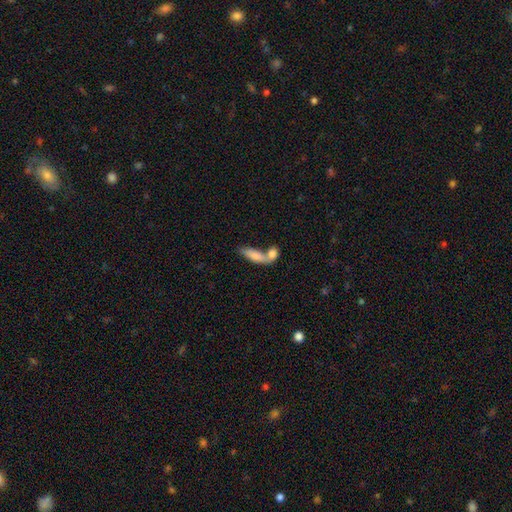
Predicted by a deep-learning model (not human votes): The model was most divided on "how rounded": in between: 59%, cigar-shaped: 36%, round: 5%. More confident: smooth or featured — smooth (77%); merging — merger (59%).